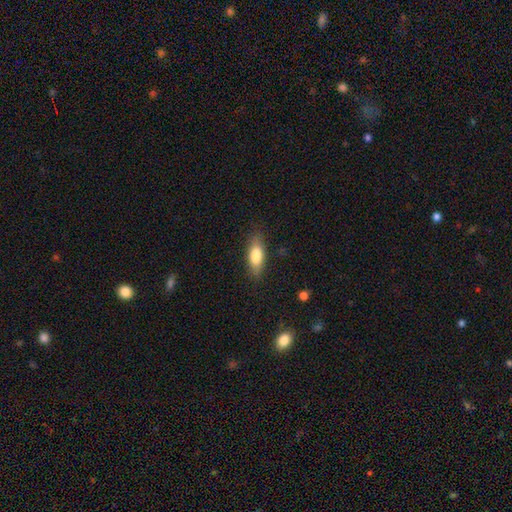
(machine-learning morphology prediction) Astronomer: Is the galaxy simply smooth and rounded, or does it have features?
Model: smooth — 78%.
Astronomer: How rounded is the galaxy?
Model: in between — 70%.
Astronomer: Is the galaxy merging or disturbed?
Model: none — 83%.